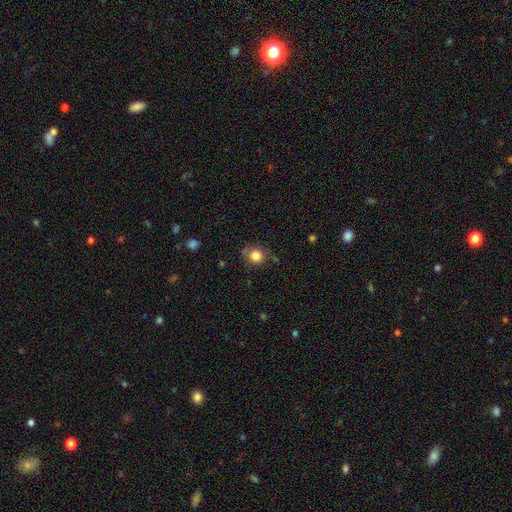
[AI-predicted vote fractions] smooth_or_featured: smooth (p=0.83) [alt: star or artifact p=0.11]
how_rounded: round (p=0.88) [alt: in between p=0.11]
merging: none (p=0.74) [alt: minor disturbance p=0.17]